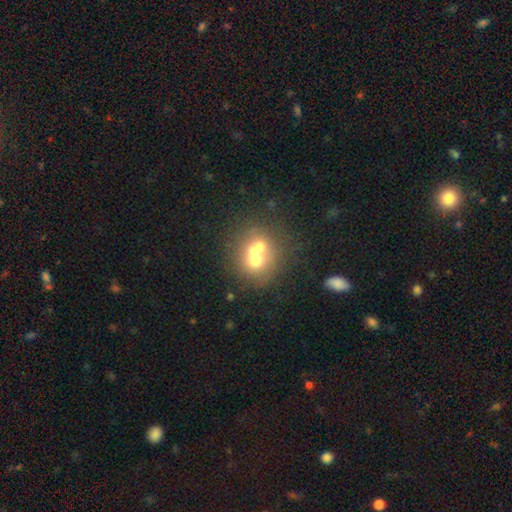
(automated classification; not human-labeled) Smooth or featured?
  - smooth: 56% *
  - featured or disk: 31%
  - star or artifact: 13%
How rounded?
  - round: 78% *
  - in between: 21%
  - cigar-shaped: 1%
Merging?
  - merger: 59% *
  - none: 29%
  - minor disturbance: 7%
  - major disturbance: 5%